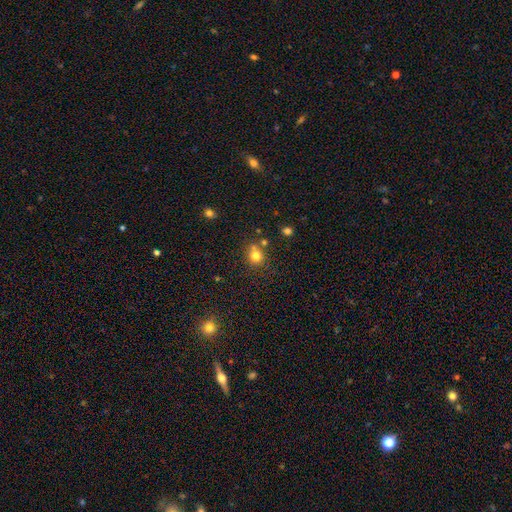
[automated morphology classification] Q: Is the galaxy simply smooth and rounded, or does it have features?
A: smooth — 78%.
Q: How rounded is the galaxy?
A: round — 84%.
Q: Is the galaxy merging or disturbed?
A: none — 63%.